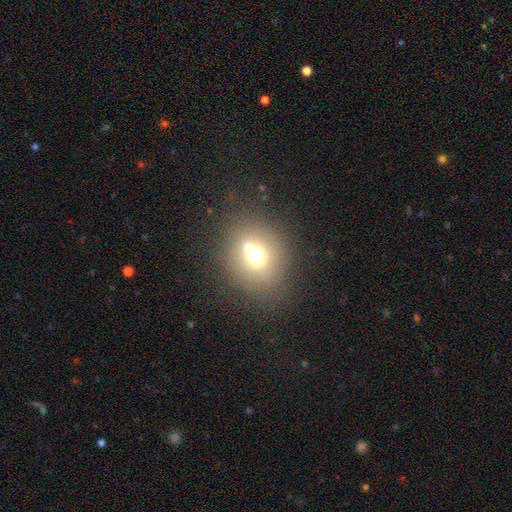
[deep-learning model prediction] smooth-or-featured: smooth: 63% | star or artifact: 19% | featured or disk: 18%
  how-rounded: round: 76% | in between: 23% | cigar-shaped: 1%
  merging: none: 62% | merger: 21% | minor disturbance: 10% | major disturbance: 6%